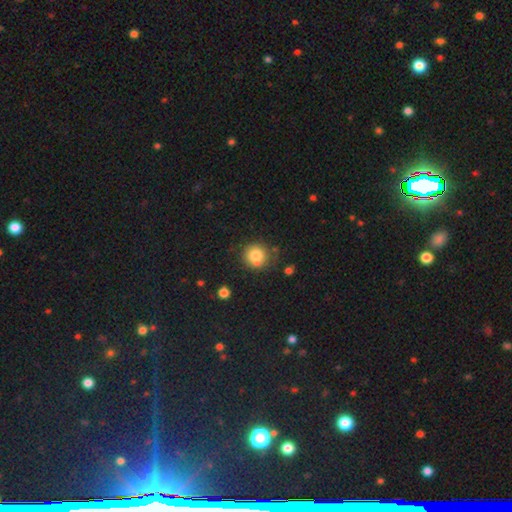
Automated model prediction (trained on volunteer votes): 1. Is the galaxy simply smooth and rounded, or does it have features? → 80% smooth, 11% star or artifact, 10% featured or disk.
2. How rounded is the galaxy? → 91% round, 8% in between, 1% cigar-shaped.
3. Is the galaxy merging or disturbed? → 76% none, 14% minor disturbance, 7% merger, 4% major disturbance.